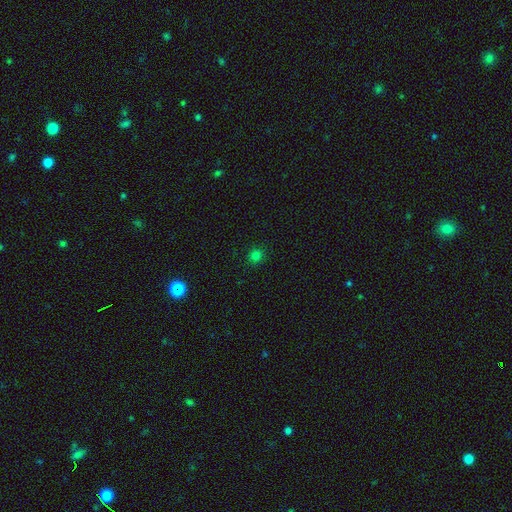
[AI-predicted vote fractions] Q: Smooth or featured?
A: smooth (79%); runner-up: star or artifact (17%)
Q: How rounded?
A: round (90%); runner-up: in between (9%)
Q: Merging?
A: none (91%); runner-up: minor disturbance (6%)